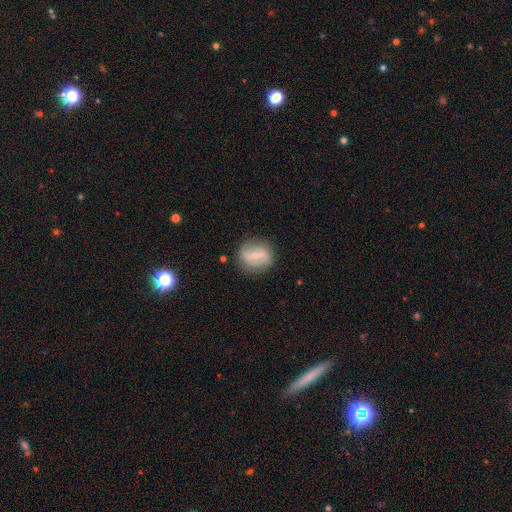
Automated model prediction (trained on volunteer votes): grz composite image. It shows a featured or disk galaxy (51%). Merging: none (77%).